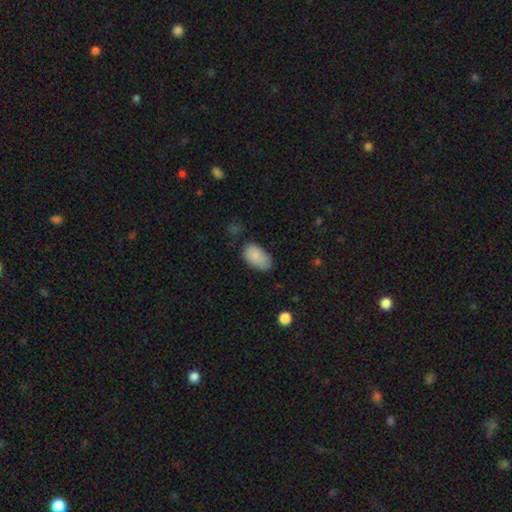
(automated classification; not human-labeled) Overall: smooth (87%). How rounded: in between (94%). Merging: none (65%; minor disturbance 26%).